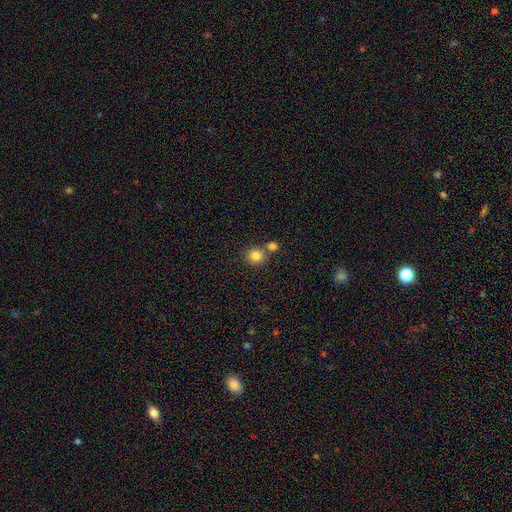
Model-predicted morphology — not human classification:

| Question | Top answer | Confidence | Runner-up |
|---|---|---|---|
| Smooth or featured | smooth | 84% | star or artifact (11%) |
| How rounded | round | 90% | in between (9%) |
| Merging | none | 61% | merger (28%) |